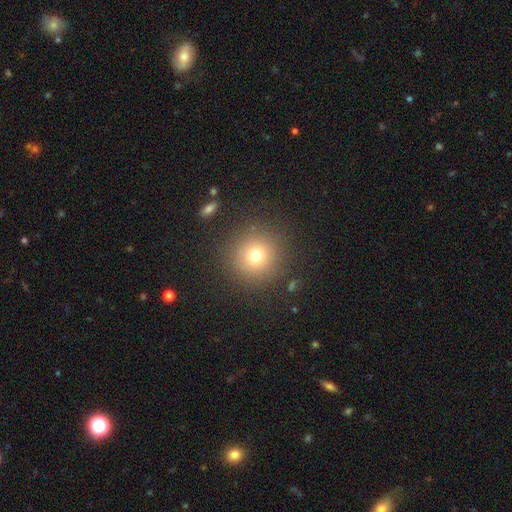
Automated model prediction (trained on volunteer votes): A smooth galaxy with no disk features (73%) that is round (95%). Merging: none (88%).